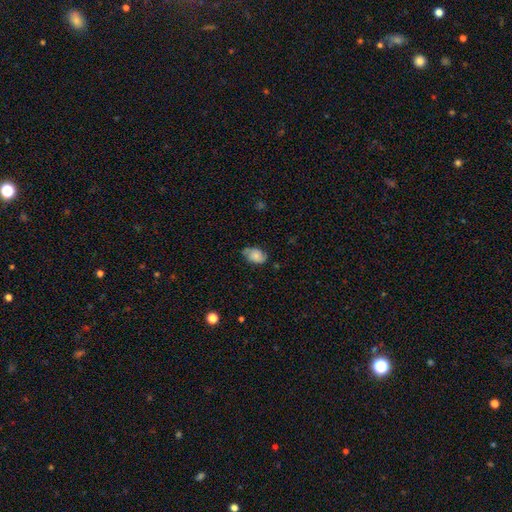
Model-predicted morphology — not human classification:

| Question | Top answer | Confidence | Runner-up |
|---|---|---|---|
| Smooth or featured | smooth | 71% | featured or disk (20%) |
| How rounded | in between | 86% | round (12%) |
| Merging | none | 60% | minor disturbance (31%) |